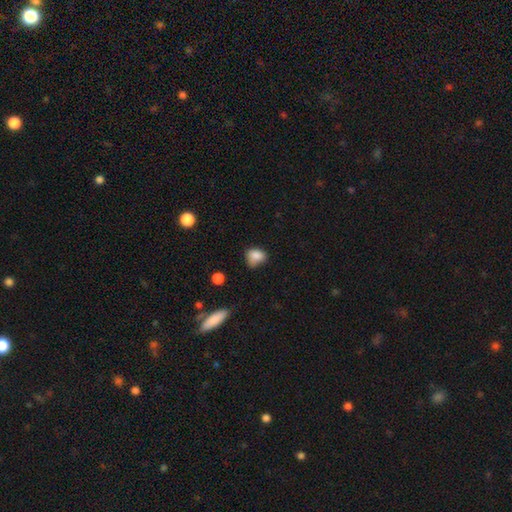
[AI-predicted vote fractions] Overall: smooth (83%). How rounded: in between (56%; round 43%). Merging: none (46%; minor disturbance 39%).